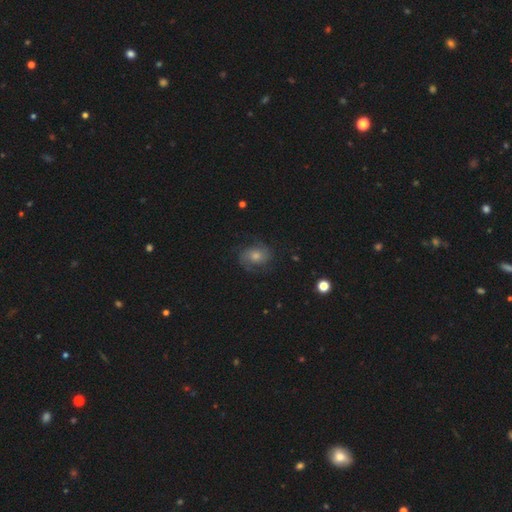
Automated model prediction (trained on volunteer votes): Q: Smooth or featured?
A: featured or disk (63%); runner-up: smooth (27%)
Q: Edge-on disk?
A: no (97%); runner-up: yes (3%)
Q: Bar?
A: no (72%); runner-up: weak (24%)
Q: Spiral arms?
A: yes (91%); runner-up: no (9%)
Q: Spiral winding?
A: medium (47%); runner-up: tight (31%)
Q: Spiral arm count?
A: 2 (72%); runner-up: can't tell (14%)
Q: Bulge size?
A: moderate (53%); runner-up: small (33%)
Q: Merging?
A: none (70%); runner-up: minor disturbance (18%)